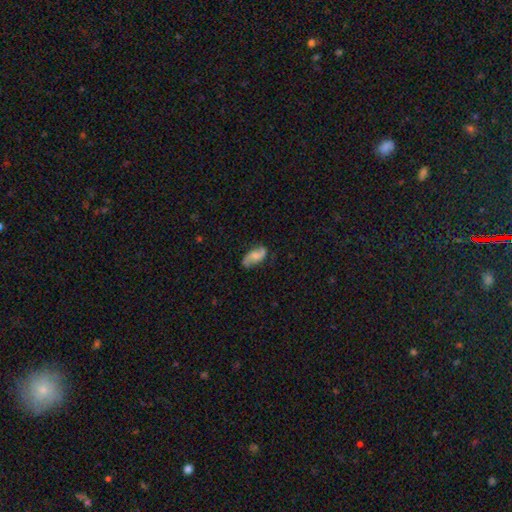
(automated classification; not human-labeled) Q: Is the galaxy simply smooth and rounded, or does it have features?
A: featured or disk — 52%.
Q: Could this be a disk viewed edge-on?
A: no — 94%.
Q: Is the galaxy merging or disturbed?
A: none — 72%.